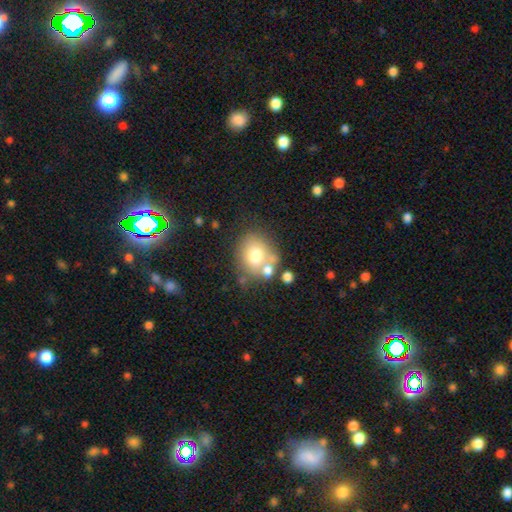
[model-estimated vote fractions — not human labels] This appears to be a smooth galaxy with no disk features (70%) that is round (68%). Merging: none (56%).